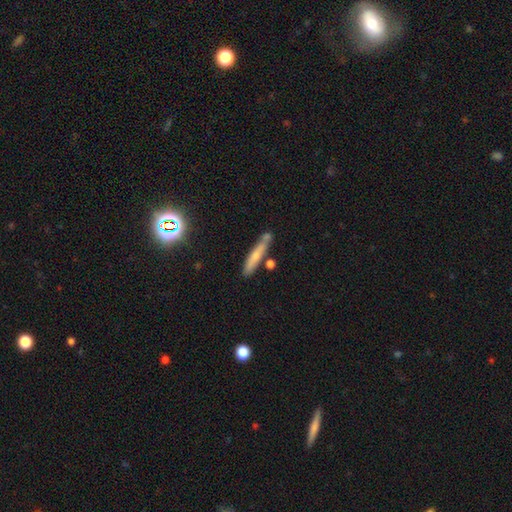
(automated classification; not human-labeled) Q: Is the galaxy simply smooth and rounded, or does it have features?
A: smooth — 59%.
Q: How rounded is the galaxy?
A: cigar-shaped — 91%.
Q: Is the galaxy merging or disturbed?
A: none — 71%.